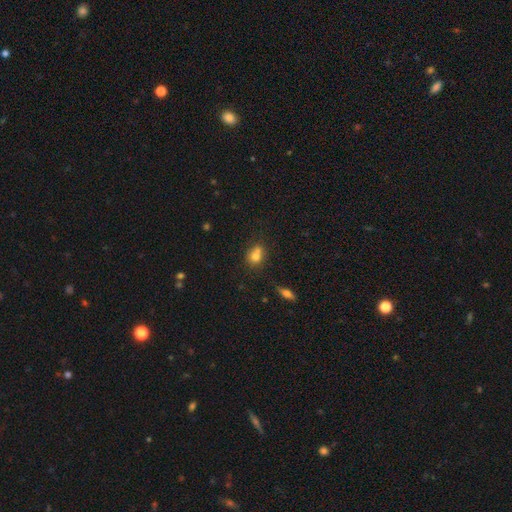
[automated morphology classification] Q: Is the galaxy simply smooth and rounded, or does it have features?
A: smooth — 72%.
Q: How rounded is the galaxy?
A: round — 65%.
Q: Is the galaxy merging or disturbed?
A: merger — 48%.